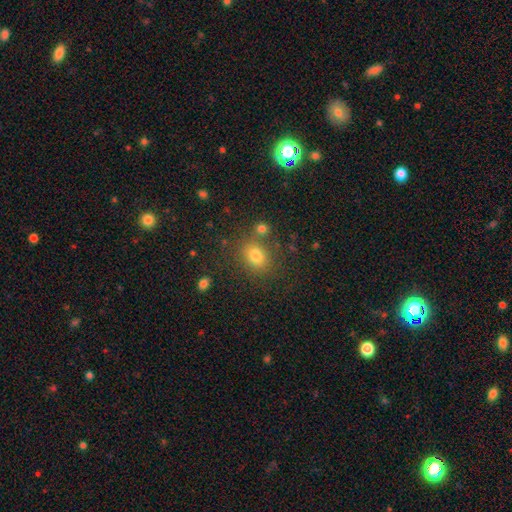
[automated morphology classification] Smooth or featured: smooth — 78% (star or artifact — 14%)
How rounded: in between — 50% (round — 49%)
Merging: none — 72% (minor disturbance — 12%)